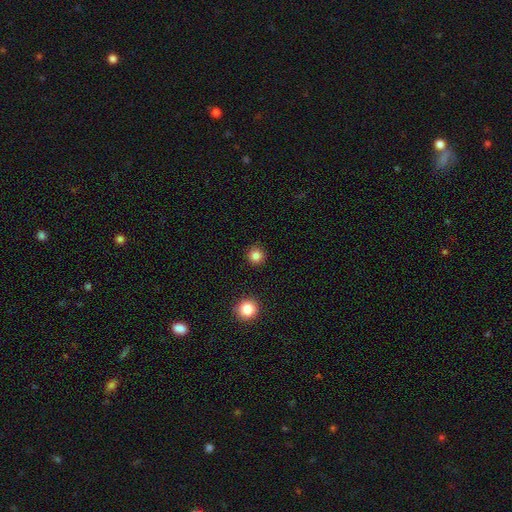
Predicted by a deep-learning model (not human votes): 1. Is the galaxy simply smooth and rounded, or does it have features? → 83% smooth, 12% star or artifact, 4% featured or disk.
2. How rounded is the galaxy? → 96% round, 3% in between, 1% cigar-shaped.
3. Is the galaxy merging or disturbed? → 92% none, 5% minor disturbance, 2% major disturbance, 2% merger.